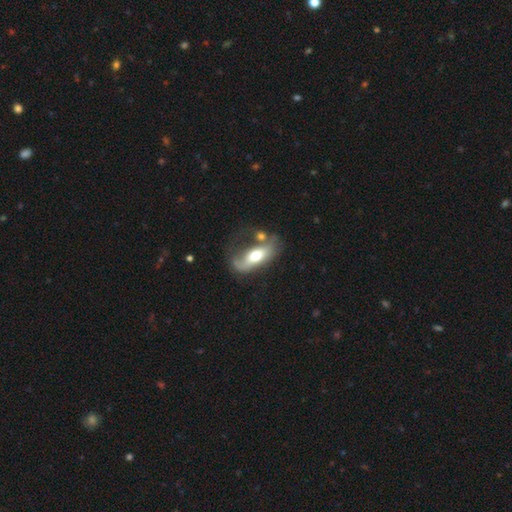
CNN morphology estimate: Smooth or featured? smooth (49%)
Merging? none (32%)